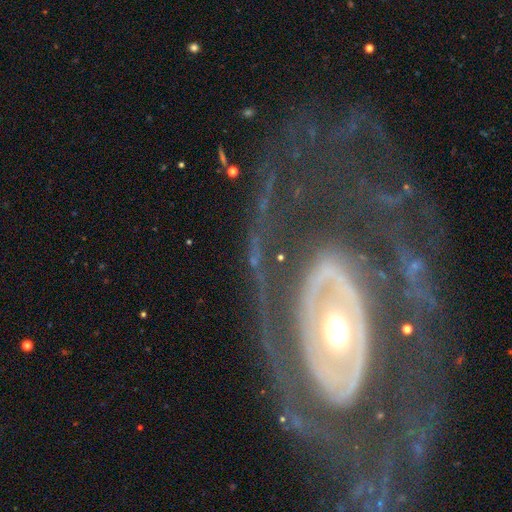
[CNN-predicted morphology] This is clearly a featured or disk galaxy (83%). It is clearly not viewed edge-on (91%). Bar: likely no (64%). Spiral arm pattern: likely yes (73%). Spiral arm count: possibly 2 (45%). Spiral winding: possibly tight (48%). Central bulge: likely moderate (68%). Merging: likely none (65%).